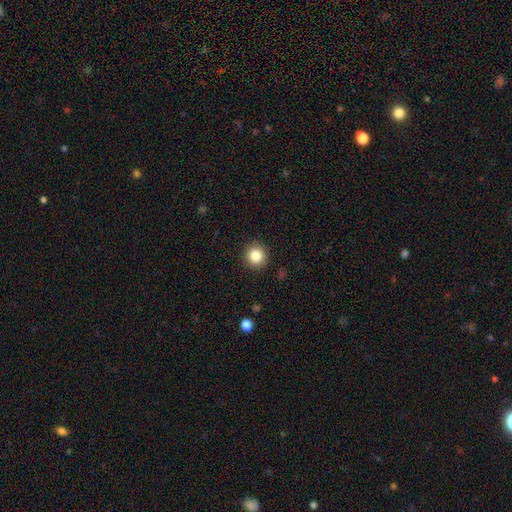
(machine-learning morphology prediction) Smooth or featured? smooth (85%)
How rounded? round (92%)
Merging? none (91%)